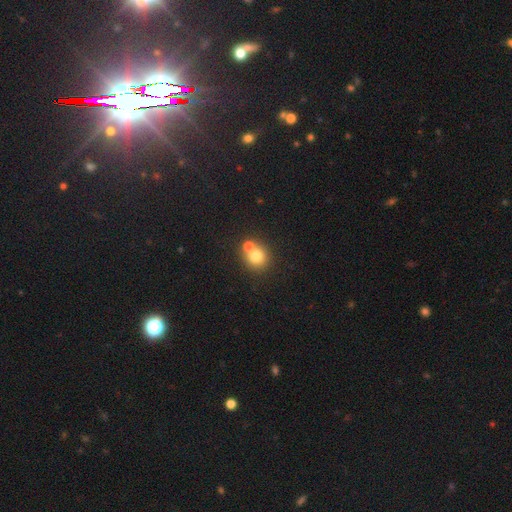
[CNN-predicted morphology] smooth_or_featured: smooth (p=0.75) [alt: star or artifact p=0.12]
how_rounded: round (p=0.88) [alt: in between p=0.11]
merging: none (p=0.52) [alt: merger p=0.39]